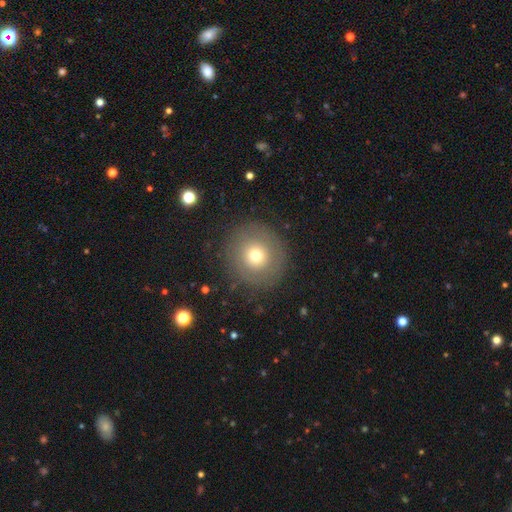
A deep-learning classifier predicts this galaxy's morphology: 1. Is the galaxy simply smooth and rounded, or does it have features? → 69% smooth, 19% featured or disk, 12% star or artifact.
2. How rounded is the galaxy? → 94% round, 6% in between, 1% cigar-shaped.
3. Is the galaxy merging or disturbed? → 86% none, 8% minor disturbance, 5% major disturbance, 1% merger.